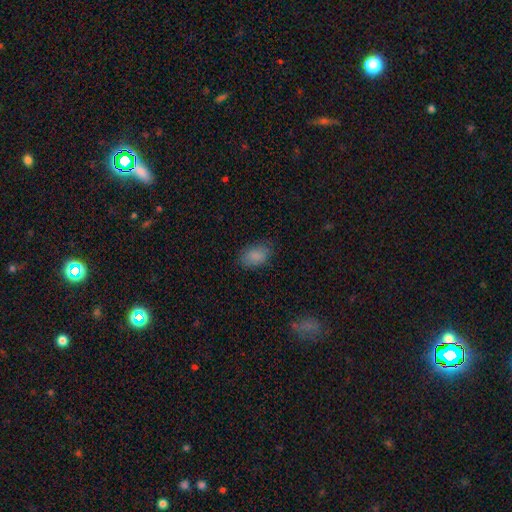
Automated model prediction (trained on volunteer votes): The model was most divided on "merging": none: 78%, minor disturbance: 16%, major disturbance: 5%, merger: 1%. More confident: how rounded — in between (87%); smooth or featured — smooth (85%).